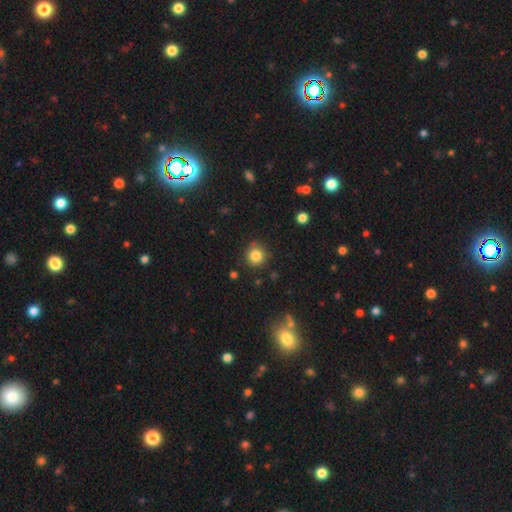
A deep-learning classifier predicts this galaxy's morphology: Overall: smooth (83%). How rounded: round (93%). Merging: none (85%).